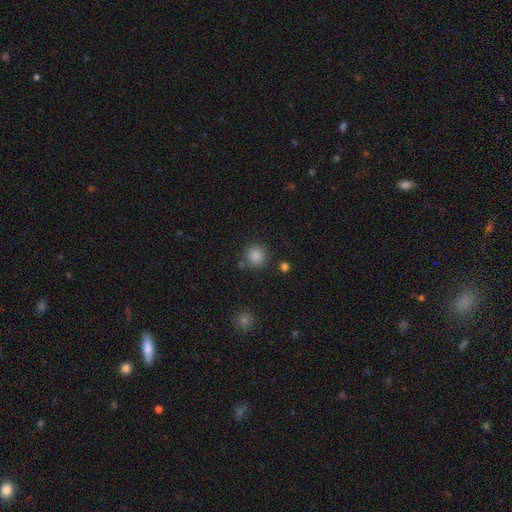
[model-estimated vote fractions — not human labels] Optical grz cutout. It shows a smooth galaxy with no disk features (86%) that is round (91%). Merging: none (82%).